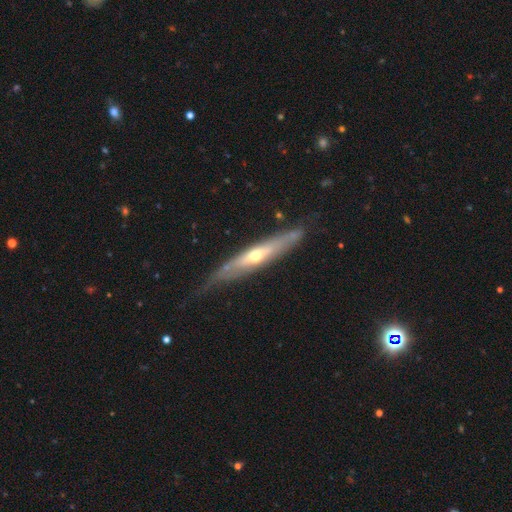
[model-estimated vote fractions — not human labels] Smooth or featured?
  - featured or disk: 64% *
  - smooth: 30%
  - star or artifact: 5%
Edge-on disk?
  - yes: 75% *
  - no: 25%
Merging?
  - none: 69% *
  - minor disturbance: 22%
  - major disturbance: 7%
  - merger: 2%